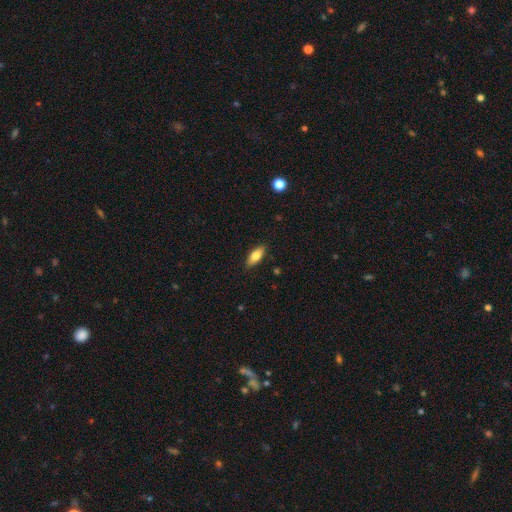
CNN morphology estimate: smooth-or-featured: smooth: 73% | featured or disk: 20% | star or artifact: 7%
  how-rounded: in between: 78% | cigar-shaped: 20% | round: 3%
  merging: none: 87% | minor disturbance: 10% | major disturbance: 2% | merger: 1%